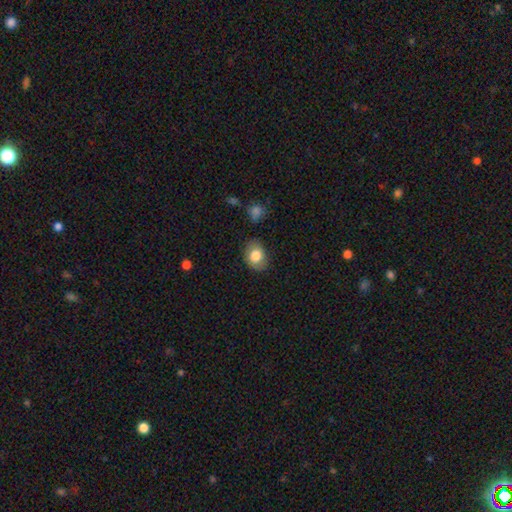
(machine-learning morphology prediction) A smooth galaxy with no disk features (81%) that is in between round and cigar-shaped (66%). Merging: none (78%).